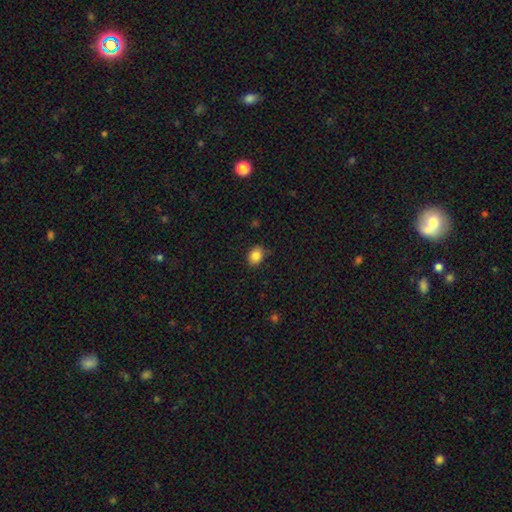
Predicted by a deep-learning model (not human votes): Q: Smooth or featured?
A: smooth (85%); runner-up: star or artifact (9%)
Q: How rounded?
A: in between (63%); runner-up: round (36%)
Q: Merging?
A: none (80%); runner-up: minor disturbance (16%)